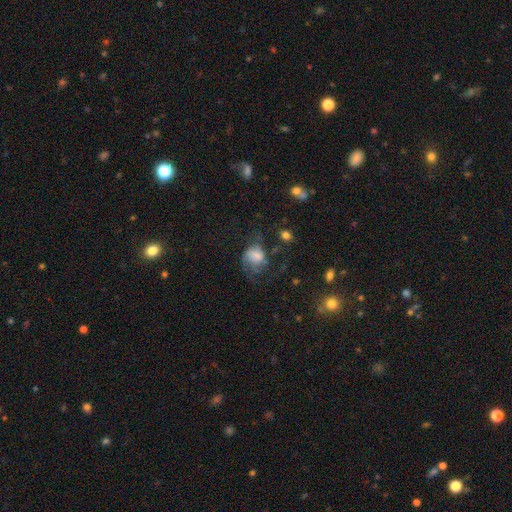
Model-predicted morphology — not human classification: Smooth or featured?
  - smooth: 52% *
  - featured or disk: 36%
  - star or artifact: 12%
How rounded?
  - in between: 50% *
  - round: 49%
  - cigar-shaped: 1%
Merging?
  - major disturbance: 42% *
  - none: 32%
  - minor disturbance: 22%
  - merger: 4%